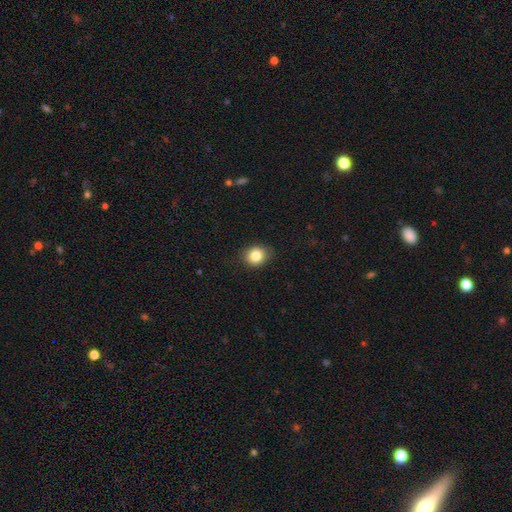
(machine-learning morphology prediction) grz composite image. It shows a smooth galaxy with no disk features (84%) that is round (66%). Merging: none (85%).